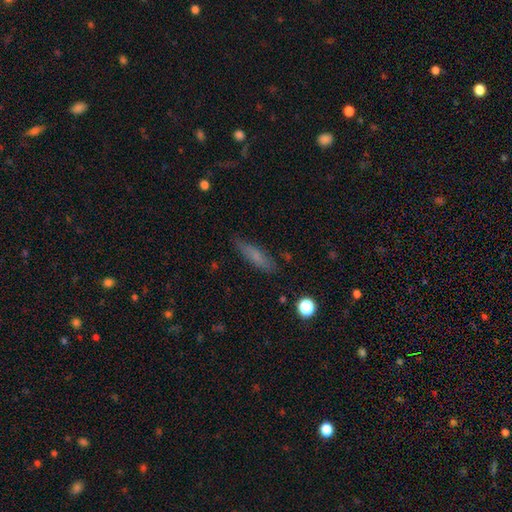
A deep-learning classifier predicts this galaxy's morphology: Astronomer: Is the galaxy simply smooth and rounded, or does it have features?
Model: smooth — 69%.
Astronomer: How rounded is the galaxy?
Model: cigar-shaped — 68%.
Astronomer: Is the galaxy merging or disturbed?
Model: none — 79%.